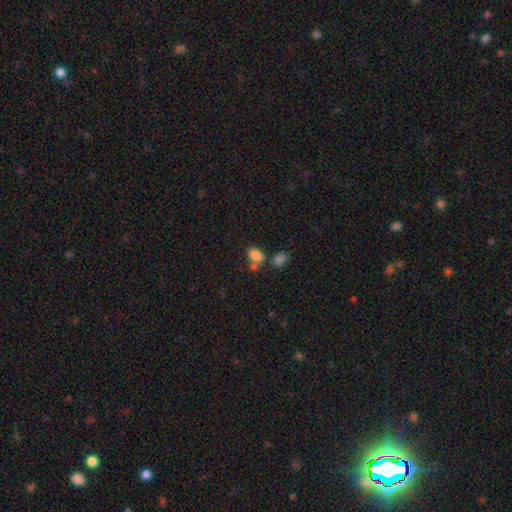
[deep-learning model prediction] This is clearly a smooth galaxy (83%). How rounded: clearly in between (87%). Merging: possibly none (49%).